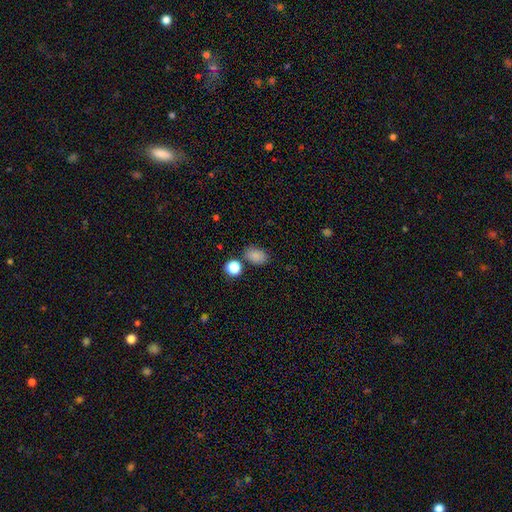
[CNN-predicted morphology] smooth-or-featured: smooth: 84% | star or artifact: 11% | featured or disk: 5%
  how-rounded: in between: 78% | round: 20% | cigar-shaped: 1%
  merging: none: 76% | minor disturbance: 13% | merger: 8% | major disturbance: 4%